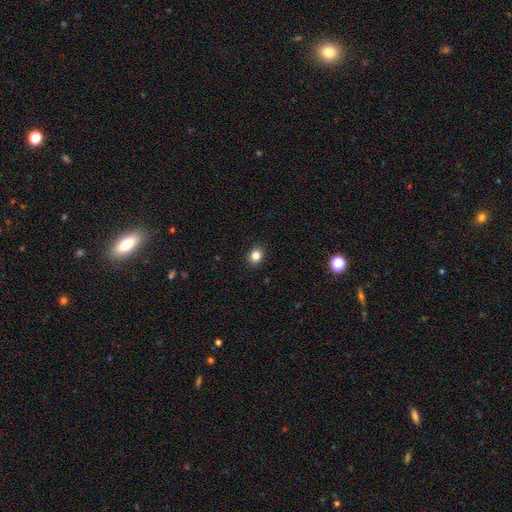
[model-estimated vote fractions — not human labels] Q: Smooth or featured?
A: smooth (83%); runner-up: star or artifact (12%)
Q: How rounded?
A: round (61%); runner-up: in between (38%)
Q: Merging?
A: none (91%); runner-up: minor disturbance (6%)